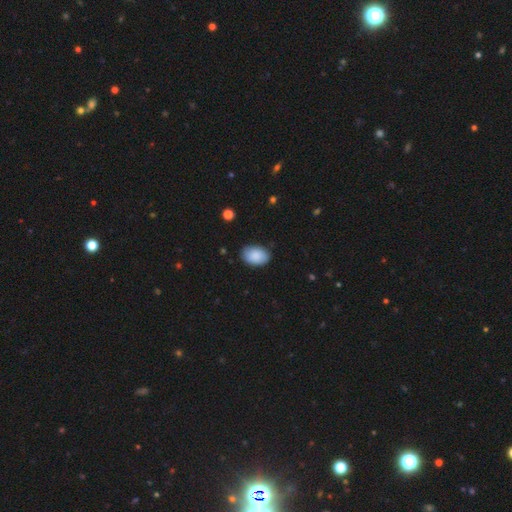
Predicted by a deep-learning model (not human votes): This appears to be a smooth galaxy with no disk features (89%) that is in between round and cigar-shaped (87%). Merging: none (83%).